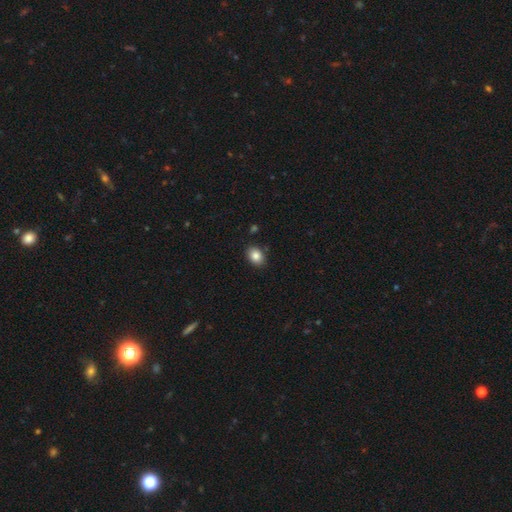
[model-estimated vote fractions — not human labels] Overall: smooth (85%). How rounded: in between (70%). Merging: none (87%).